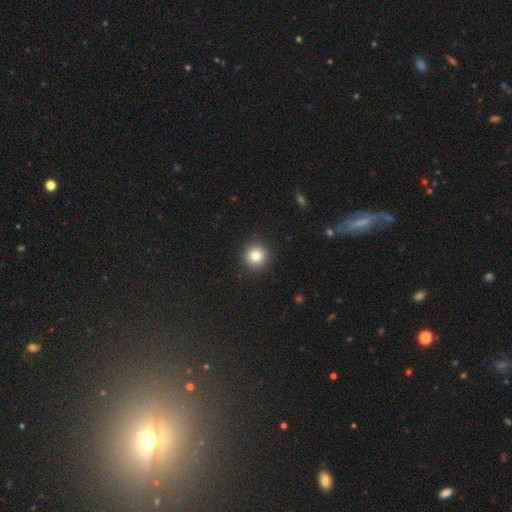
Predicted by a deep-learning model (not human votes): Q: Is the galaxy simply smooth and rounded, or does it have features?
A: smooth — 83%.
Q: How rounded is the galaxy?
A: round — 94%.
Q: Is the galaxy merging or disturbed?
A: none — 92%.